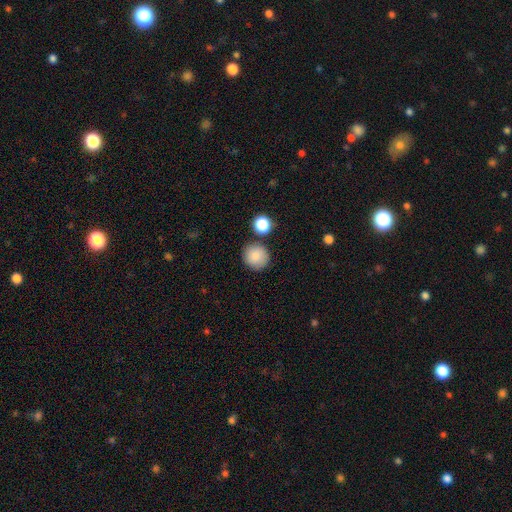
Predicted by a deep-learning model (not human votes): Overall: smooth (85%). How rounded: round (91%). Merging: none (81%).